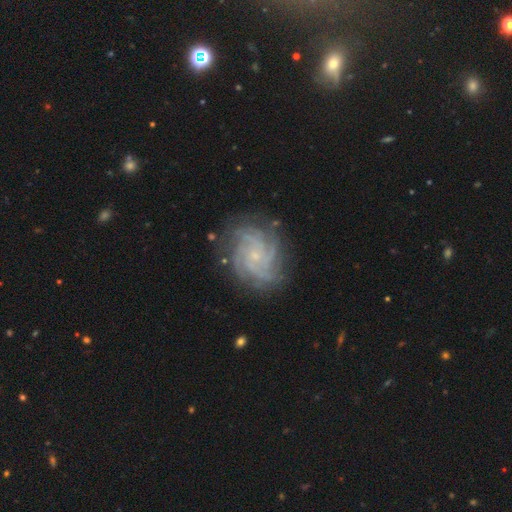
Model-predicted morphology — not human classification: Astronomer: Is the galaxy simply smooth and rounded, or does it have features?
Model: featured or disk — 87%.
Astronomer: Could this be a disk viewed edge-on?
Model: no — 98%.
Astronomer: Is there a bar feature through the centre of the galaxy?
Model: no — 75%.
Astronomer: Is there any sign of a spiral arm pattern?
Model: yes — 98%.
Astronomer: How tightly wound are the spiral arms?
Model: tight — 68%.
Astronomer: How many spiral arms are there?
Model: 4 — 32% (runner-up: more than 4, 20%).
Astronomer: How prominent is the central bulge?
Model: small — 80%.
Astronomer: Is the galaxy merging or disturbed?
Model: none — 80%.